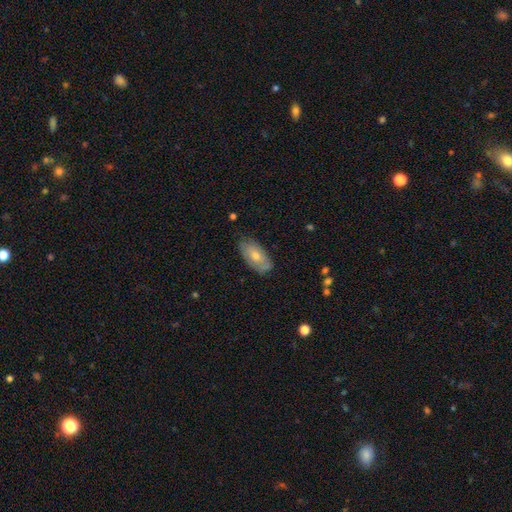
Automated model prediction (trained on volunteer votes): Smooth or featured?
  - smooth: 50% *
  - featured or disk: 42%
  - star or artifact: 8%
How rounded?
  - in between: 90% *
  - cigar-shaped: 6%
  - round: 4%
Merging?
  - none: 76% *
  - minor disturbance: 20%
  - major disturbance: 4%
  - merger: 1%